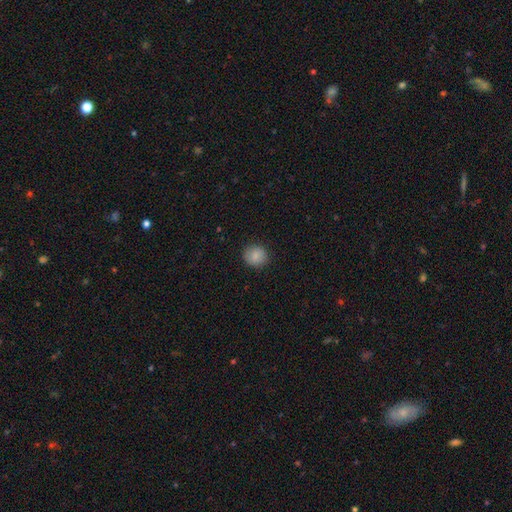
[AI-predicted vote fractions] This is clearly a smooth galaxy (86%). How rounded: clearly round (85%). Merging: clearly none (89%).